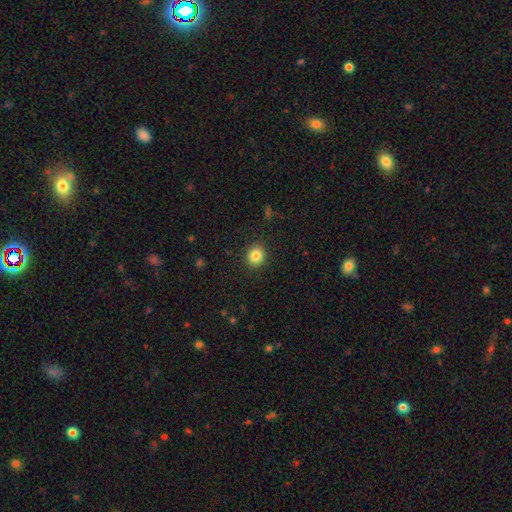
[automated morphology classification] type=smooth (84%); roundness=round (80%); merging=none (90%).